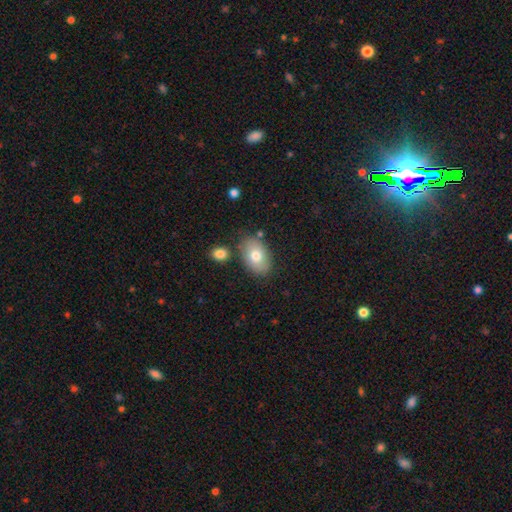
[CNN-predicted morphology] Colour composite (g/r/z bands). It shows a smooth galaxy with no disk features (76%) that is in between round and cigar-shaped (87%). Merging: none (78%).